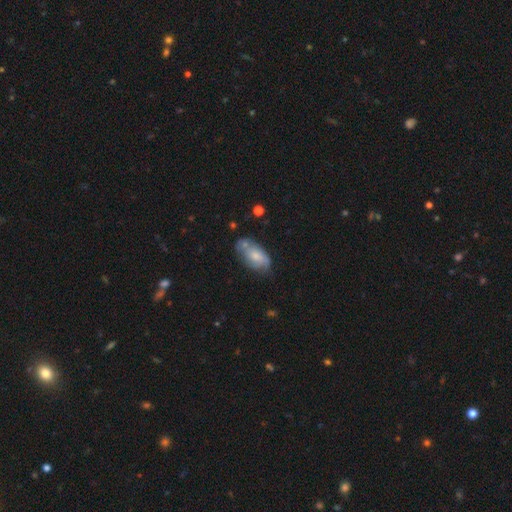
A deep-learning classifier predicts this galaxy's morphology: This appears to be a smooth galaxy with no disk features (53%) that is in between round and cigar-shaped (91%). Merging: none (48%).